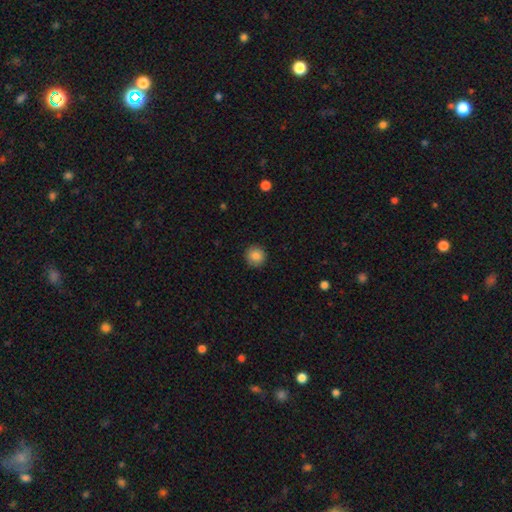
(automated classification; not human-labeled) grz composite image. It shows a smooth galaxy with no disk features (86%) that is round (94%). Merging: none (91%).